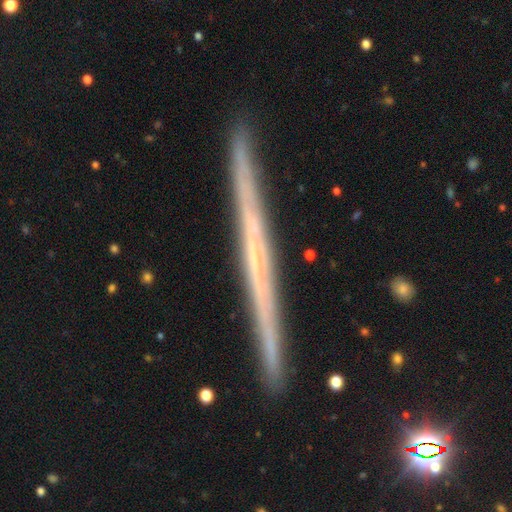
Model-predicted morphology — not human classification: Overall: featured or disk (68%). Edge-on disk: yes (98%). Edge-on bulge: none (88%). Merging: none (91%).